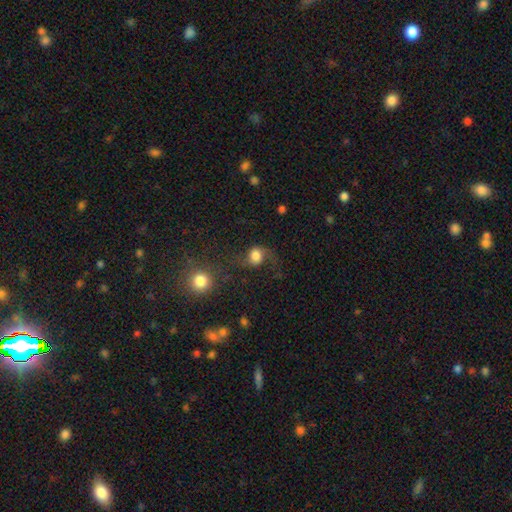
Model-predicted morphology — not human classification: Q: Smooth or featured?
A: smooth (64%); runner-up: featured or disk (25%)
Q: How rounded?
A: round (72%); runner-up: in between (27%)
Q: Merging?
A: none (45%); runner-up: major disturbance (28%)